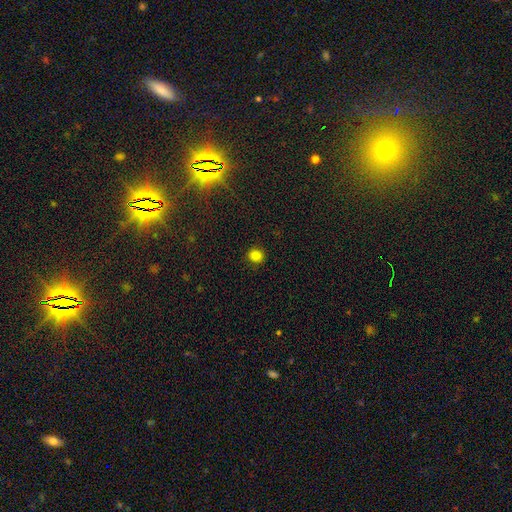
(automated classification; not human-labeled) Morphology: type=smooth (83%); roundness=round (84%); merging=none (90%).